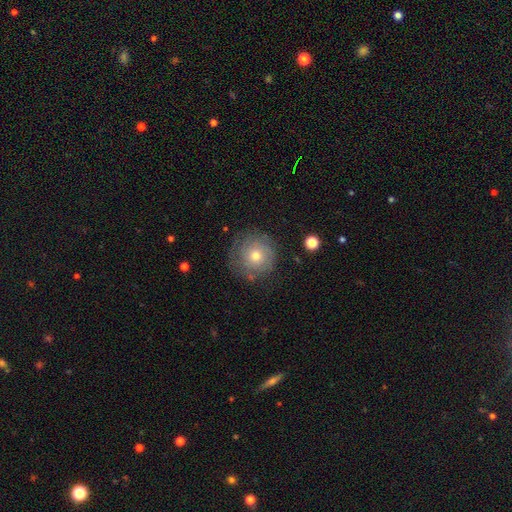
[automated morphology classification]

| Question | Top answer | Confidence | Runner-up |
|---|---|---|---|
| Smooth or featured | smooth | 52% | featured or disk (38%) |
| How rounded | round | 94% | in between (5%) |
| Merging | none | 77% | minor disturbance (15%) |